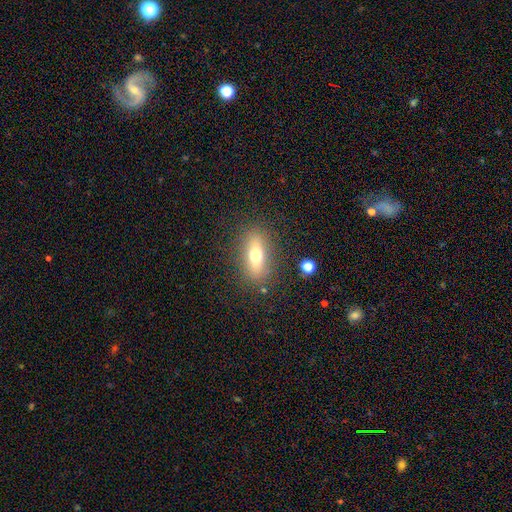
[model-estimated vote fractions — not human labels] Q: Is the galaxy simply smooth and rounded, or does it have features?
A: smooth — 60%.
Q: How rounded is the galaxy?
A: in between — 65%.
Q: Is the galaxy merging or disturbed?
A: none — 84%.